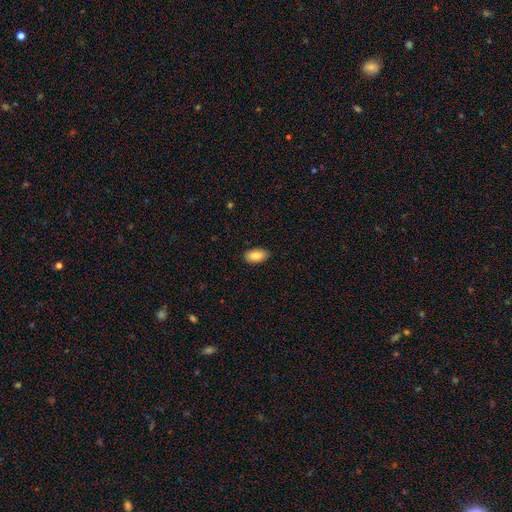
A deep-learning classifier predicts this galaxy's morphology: Overall: smooth (85%). How rounded: in between (94%). Merging: none (88%).